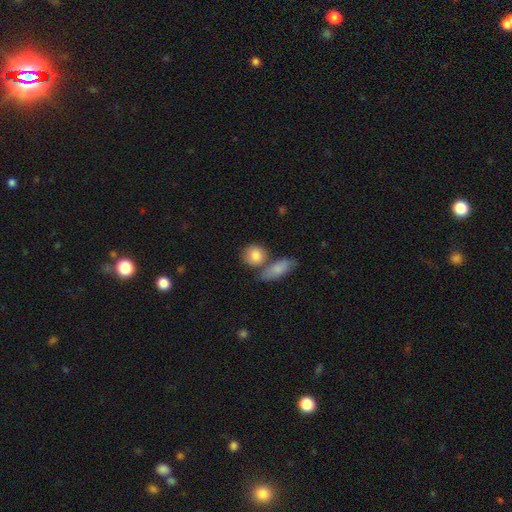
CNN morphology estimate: Smooth or featured: smooth — 85% (featured or disk — 9%)
How rounded: round — 68% (in between — 29%)
Merging: none — 56% (merger — 29%)